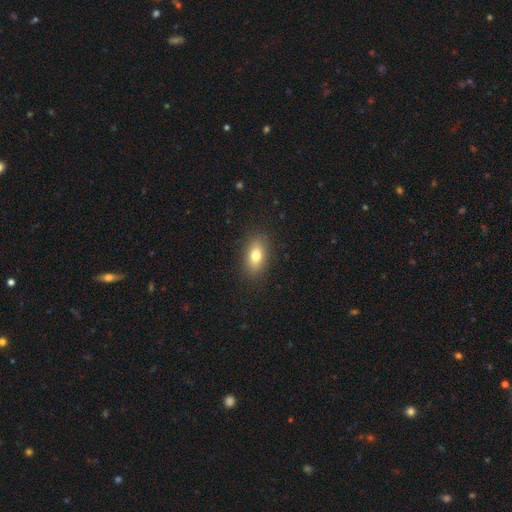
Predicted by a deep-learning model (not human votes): Smooth or featured: smooth — 78% (featured or disk — 13%)
How rounded: in between — 84% (round — 11%)
Merging: none — 88% (minor disturbance — 9%)